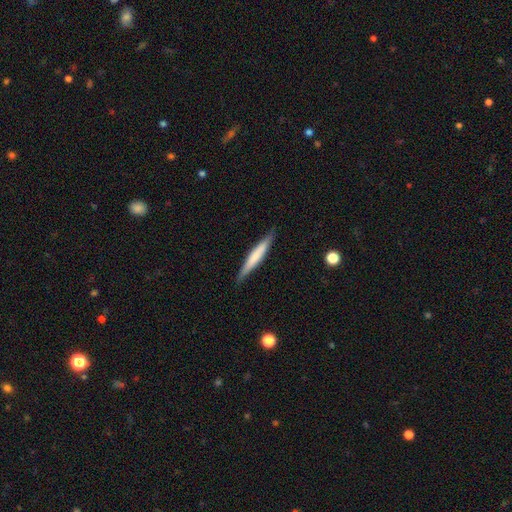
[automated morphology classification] Q: Smooth or featured?
A: smooth (59%); runner-up: featured or disk (35%)
Q: How rounded?
A: cigar-shaped (94%); runner-up: in between (4%)
Q: Merging?
A: none (89%); runner-up: minor disturbance (9%)